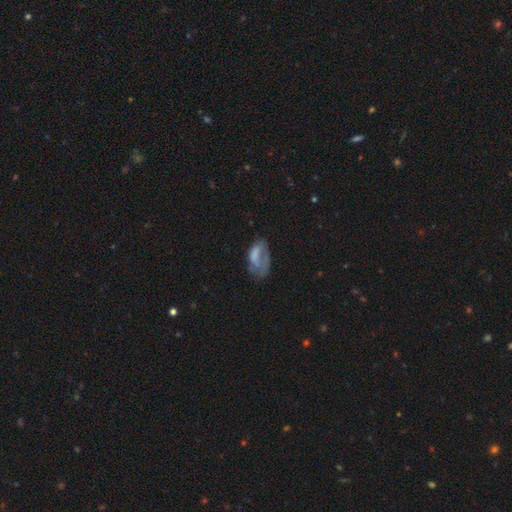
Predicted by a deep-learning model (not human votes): Smooth or featured? Predicted: smooth (p=0.58). How rounded? Predicted: in between (p=0.91). Merging? Predicted: major disturbance (p=0.39).